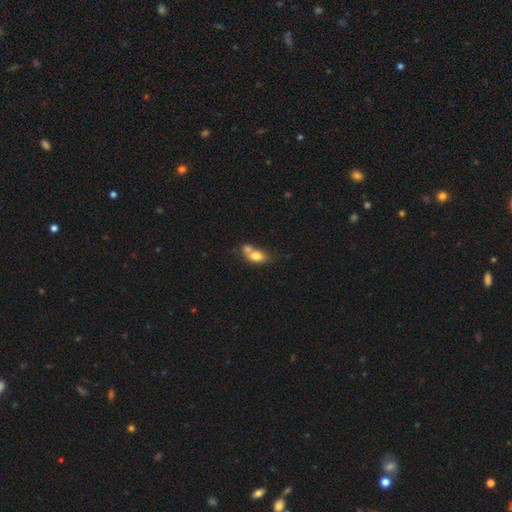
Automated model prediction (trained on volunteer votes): Overall: smooth (72%). How rounded: in between (76%). Merging: merger (57%; none 27%).